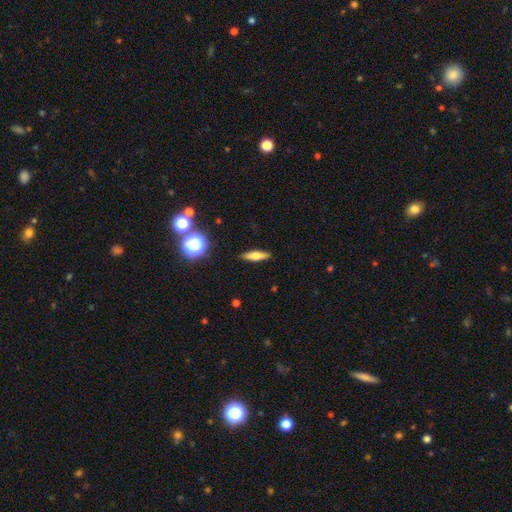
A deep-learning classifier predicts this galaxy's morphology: Smooth or featured?
  - smooth: 62% *
  - featured or disk: 29%
  - star or artifact: 10%
How rounded?
  - cigar-shaped: 63% *
  - in between: 32%
  - round: 4%
Merging?
  - none: 88% *
  - minor disturbance: 8%
  - major disturbance: 2%
  - merger: 1%